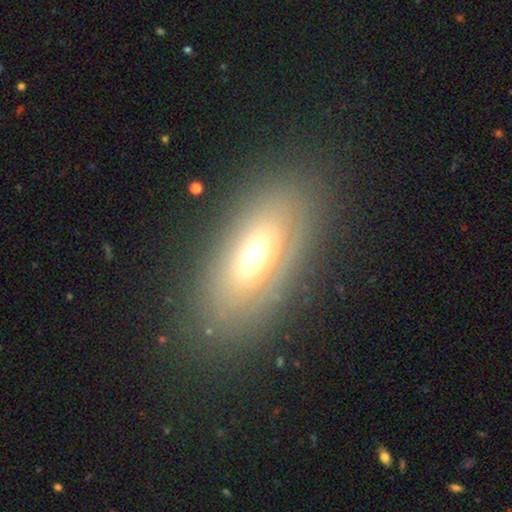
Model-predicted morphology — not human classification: Overall: smooth (49%; featured or disk 38%). Merging: none (80%).